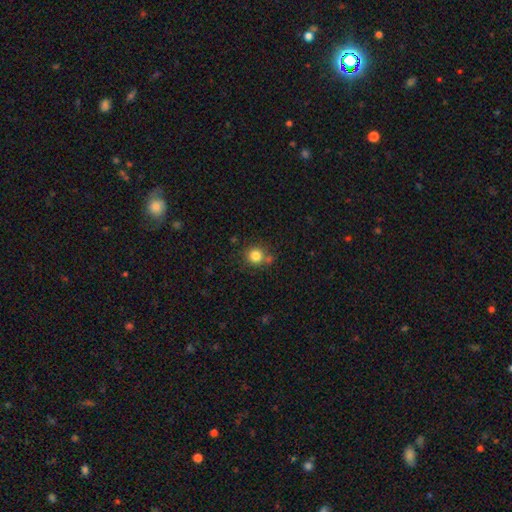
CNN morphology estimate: A smooth galaxy with no disk features (82%) that is round (90%).

Vote fractions:
- Smooth or featured? smooth: 82% / star or artifact: 12% / featured or disk: 6%
- How rounded? round: 90% / in between: 9% / cigar-shaped: 1%
- Merging? none: 70% / merger: 14% / minor disturbance: 12% / major disturbance: 4%